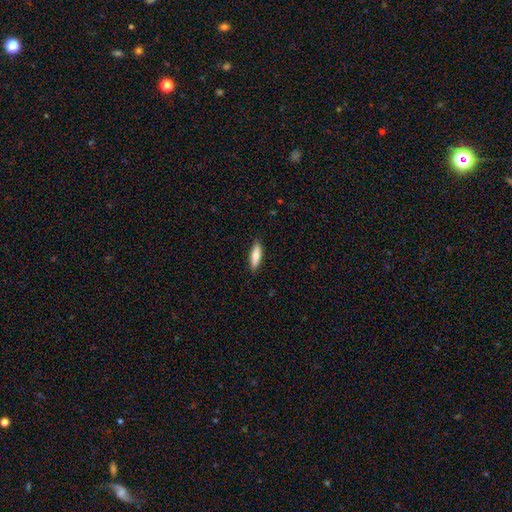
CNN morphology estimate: Smooth or featured?
  - smooth: 79% *
  - featured or disk: 15%
  - star or artifact: 6%
How rounded?
  - cigar-shaped: 53% *
  - in between: 46%
  - round: 2%
Merging?
  - none: 87% *
  - minor disturbance: 10%
  - major disturbance: 2%
  - merger: 1%